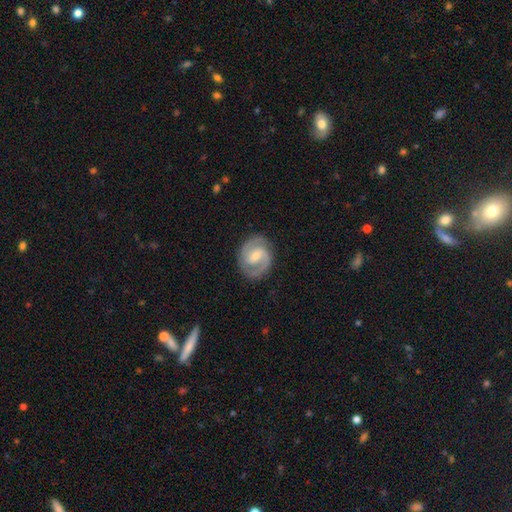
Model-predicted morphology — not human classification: Smooth or featured? Predicted: featured or disk (p=0.87). Edge-on disk? Predicted: no (p=0.98). Bar? Predicted: weak (p=0.53). Spiral arms? Predicted: yes (p=0.97). Spiral winding? Predicted: medium (p=0.47). Spiral arm count? Predicted: 2 (p=0.90). Bulge size? Predicted: moderate (p=0.47). Merging? Predicted: none (p=0.84).